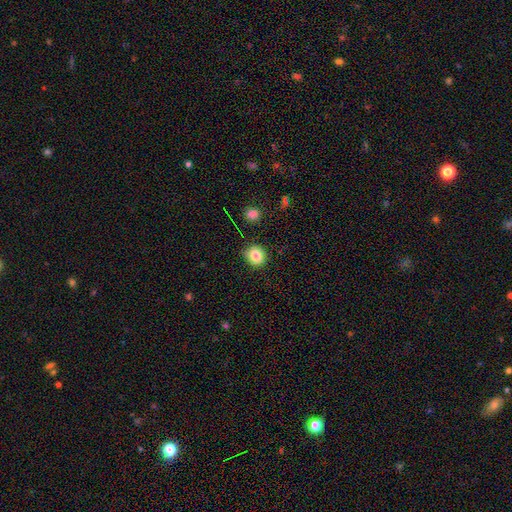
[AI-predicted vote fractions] Morphology: type=smooth (83%); roundness=round (85%); merging=none (83%).